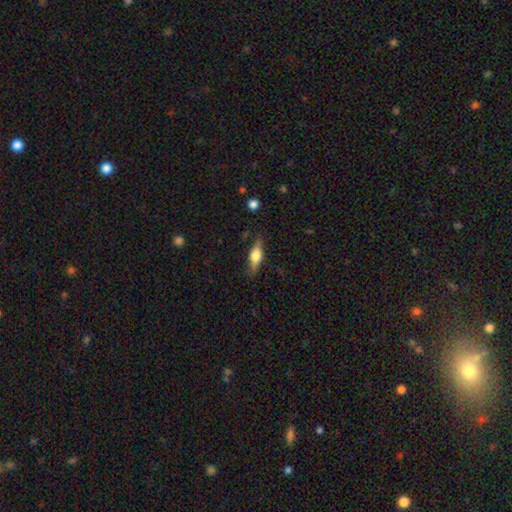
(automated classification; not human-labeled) Overall: featured or disk (49%; smooth 45%). Merging: none (82%).